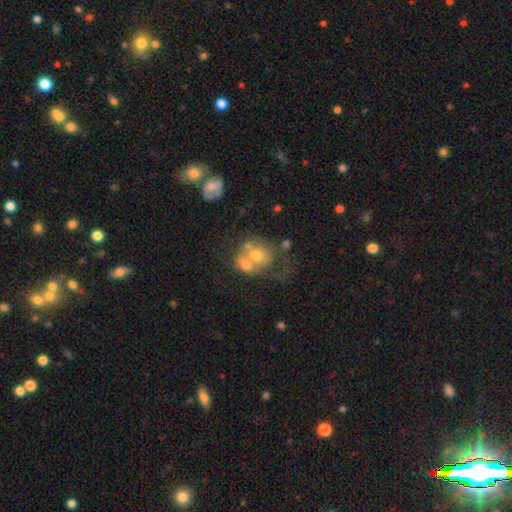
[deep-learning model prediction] Smooth or featured?
  - smooth: 52% *
  - featured or disk: 38%
  - star or artifact: 11%
How rounded?
  - round: 58% *
  - in between: 41%
  - cigar-shaped: 1%
Merging?
  - merger: 58% *
  - none: 19%
  - major disturbance: 13%
  - minor disturbance: 10%